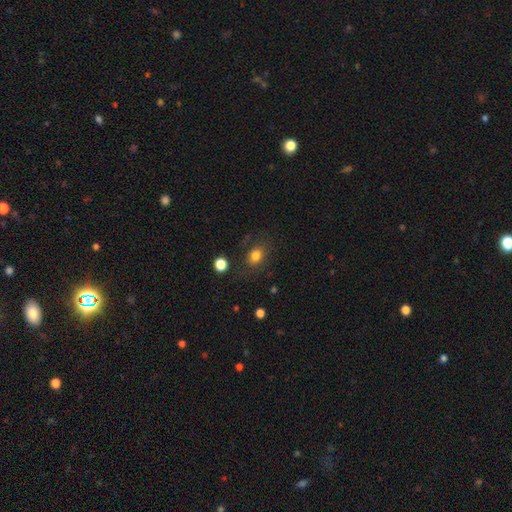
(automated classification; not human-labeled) The model was most divided on "how rounded": in between: 52%, round: 46%, cigar-shaped: 1%. More confident: smooth or featured — smooth (80%); merging — none (76%).